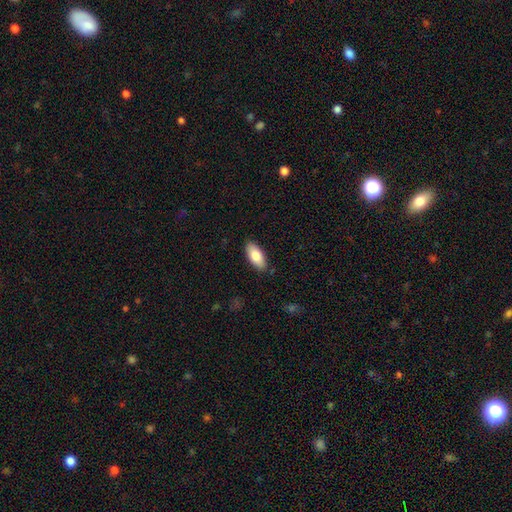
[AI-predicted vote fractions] This is clearly a smooth galaxy (81%). How rounded: clearly in between (88%). Merging: clearly none (87%).